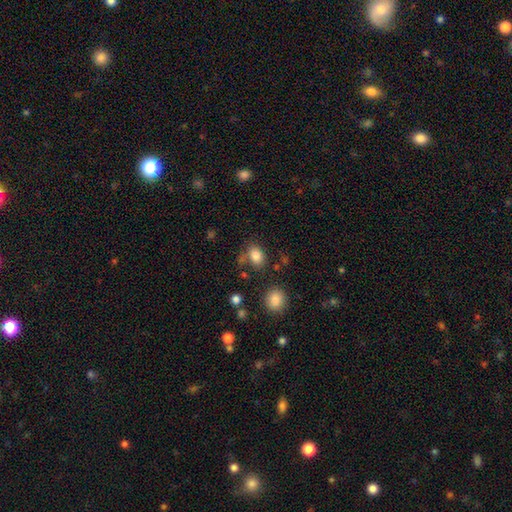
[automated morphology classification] A smooth galaxy with no disk features (83%) that is in between round and cigar-shaped (69%). Merging: none (67%).